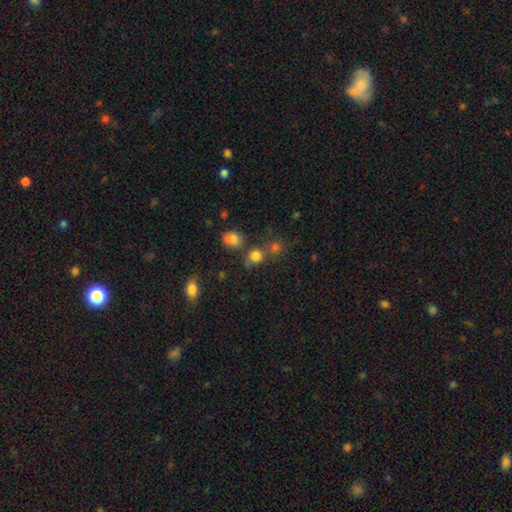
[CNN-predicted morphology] type=smooth (77%); roundness=round (81%); merging=none (61%).